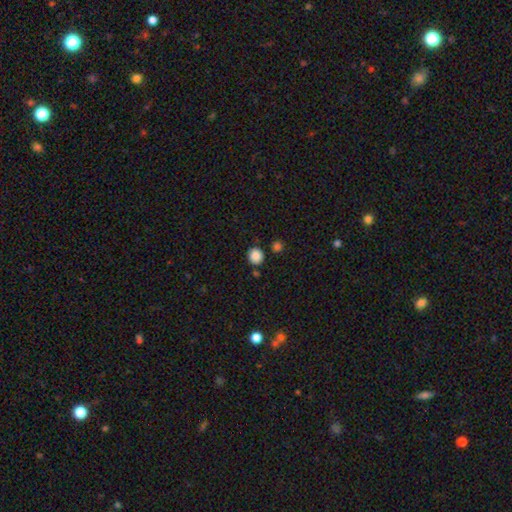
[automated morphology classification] This is clearly a smooth galaxy (87%). How rounded: clearly round (91%). Merging: clearly none (85%).